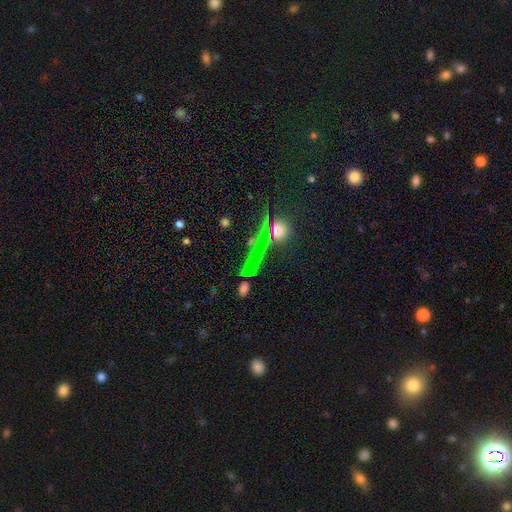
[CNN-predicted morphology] The model was most divided on "smooth or featured" (2-way tie): star or artifact: 34%, featured or disk: 34%, smooth: 32%.